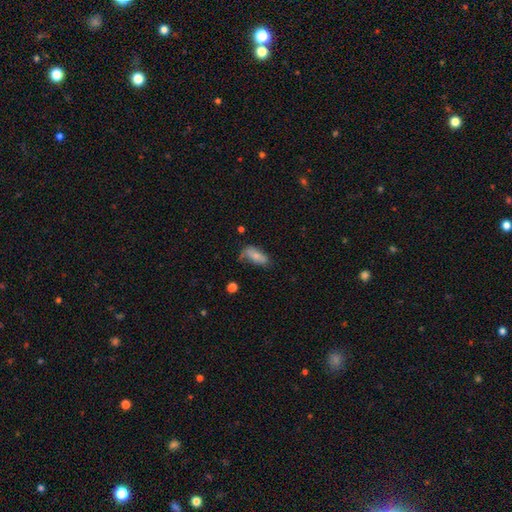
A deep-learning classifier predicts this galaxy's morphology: A smooth galaxy with no disk features (75%) that is in between round and cigar-shaped (80%).

Vote fractions:
- Smooth or featured? smooth: 75% / featured or disk: 18% / star or artifact: 8%
- How rounded? in between: 80% / cigar-shaped: 18% / round: 2%
- Merging? none: 43% / minor disturbance: 36% / major disturbance: 16% / merger: 5%